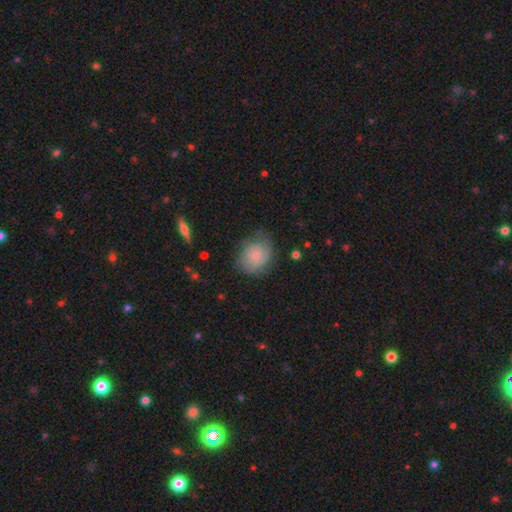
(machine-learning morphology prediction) Smooth or featured? smooth (63%)
How rounded? round (59%)
Merging? none (61%)